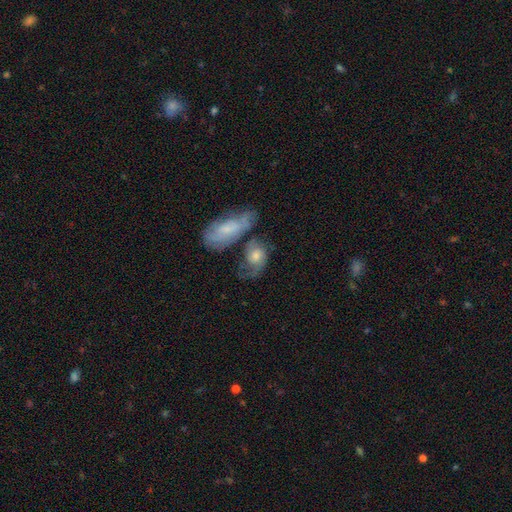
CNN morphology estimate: A featured or disk galaxy (55%) with no bar (71%), spiral arms (85%) and a moderate central bulge (48%). Merging: none (36%).